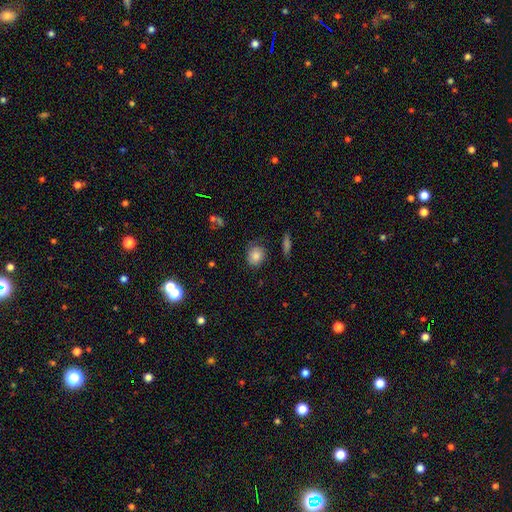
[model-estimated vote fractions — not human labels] smooth 82%, star or artifact 9%, featured or disk 9%. Down the decision tree: how rounded — round (63%); merging — none (71%).